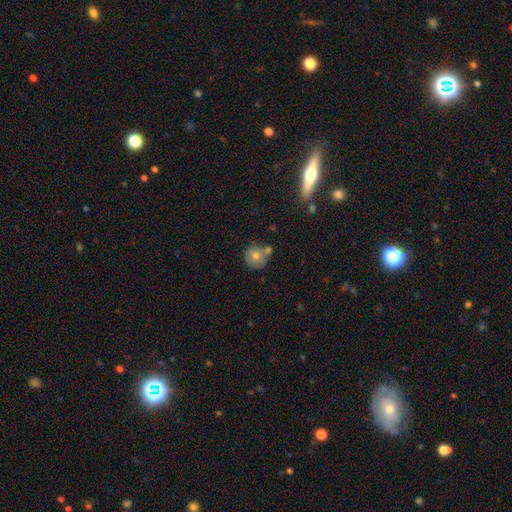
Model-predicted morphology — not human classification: A smooth galaxy with no disk features (73%) that is round (91%). Merging: none (62%).